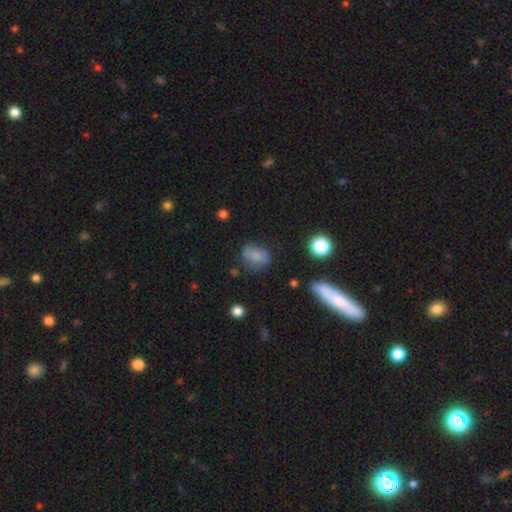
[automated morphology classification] Smooth or featured: smooth — 71% (featured or disk — 16%)
How rounded: in between — 61% (round — 38%)
Merging: none — 59% (minor disturbance — 26%)